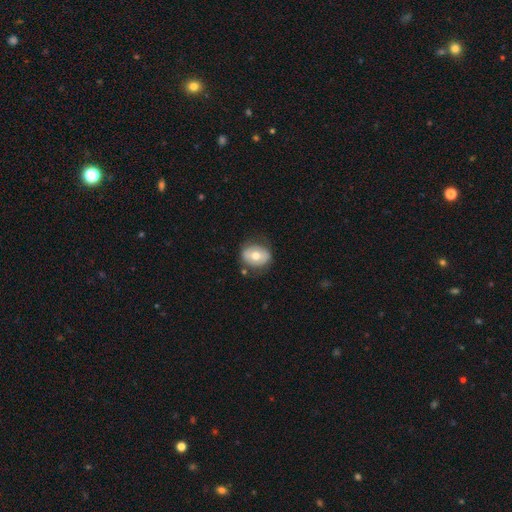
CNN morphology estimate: Smooth or featured? Predicted: smooth (p=0.57). How rounded? Predicted: round (p=0.57). Merging? Predicted: none (p=0.75).